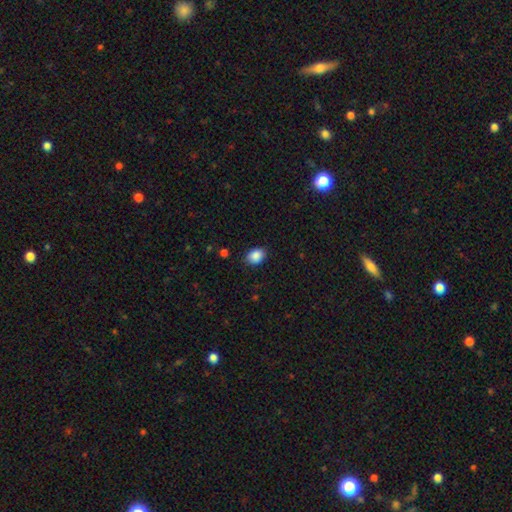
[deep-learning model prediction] This appears to be a smooth galaxy with no disk features (88%) that is in between round and cigar-shaped (69%). Merging: none (87%).